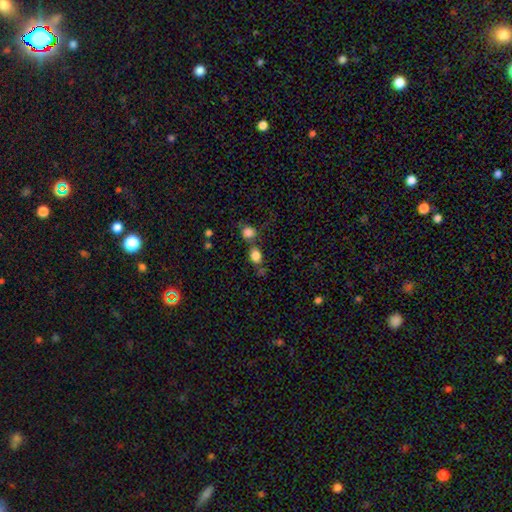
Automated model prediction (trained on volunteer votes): smooth_or_featured: smooth (p=0.82) [alt: star or artifact p=0.11]
how_rounded: in between (p=0.60) [alt: round p=0.39]
merging: none (p=0.51) [alt: merger p=0.30]